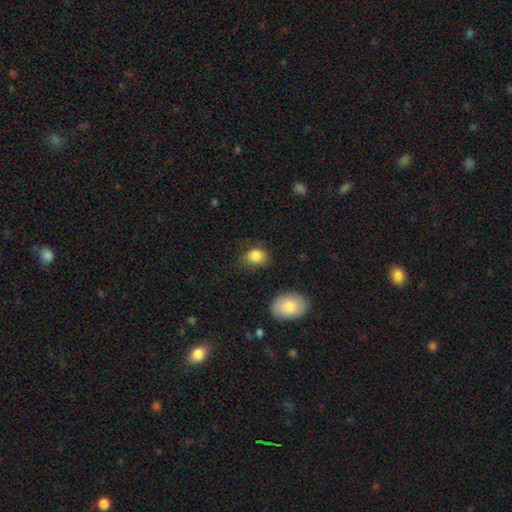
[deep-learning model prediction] Morphology: type=smooth (86%); roundness=in between (54%); merging=none (65%).